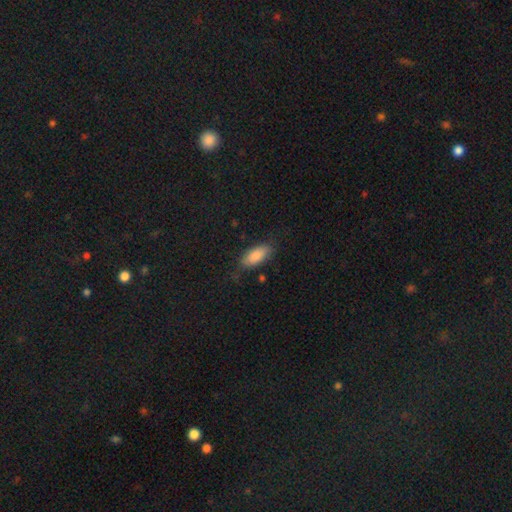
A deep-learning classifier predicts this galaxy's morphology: Q: Smooth or featured?
A: smooth (86%); runner-up: featured or disk (8%)
Q: How rounded?
A: in between (85%); runner-up: cigar-shaped (13%)
Q: Merging?
A: none (75%); runner-up: minor disturbance (18%)